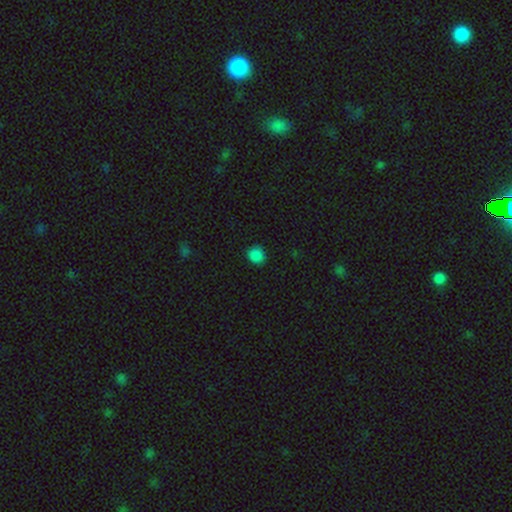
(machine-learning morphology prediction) smooth_or_featured: smooth (p=0.86) [alt: star or artifact p=0.12]
how_rounded: round (p=0.85) [alt: in between p=0.14]
merging: none (p=0.89) [alt: minor disturbance p=0.08]